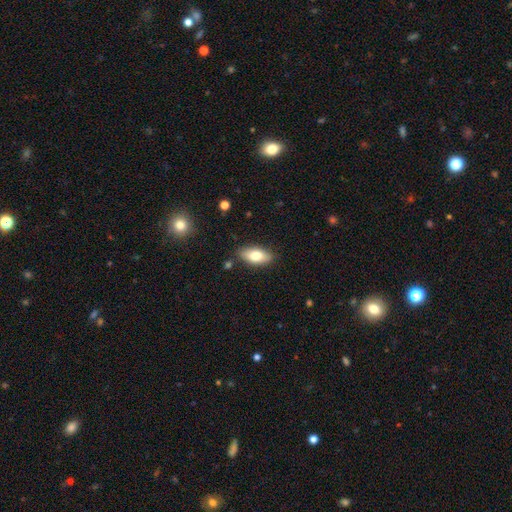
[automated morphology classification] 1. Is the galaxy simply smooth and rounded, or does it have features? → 75% smooth, 18% featured or disk, 7% star or artifact.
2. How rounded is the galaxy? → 87% in between, 10% cigar-shaped, 3% round.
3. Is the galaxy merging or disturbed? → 84% none, 11% minor disturbance, 2% major disturbance, 2% merger.